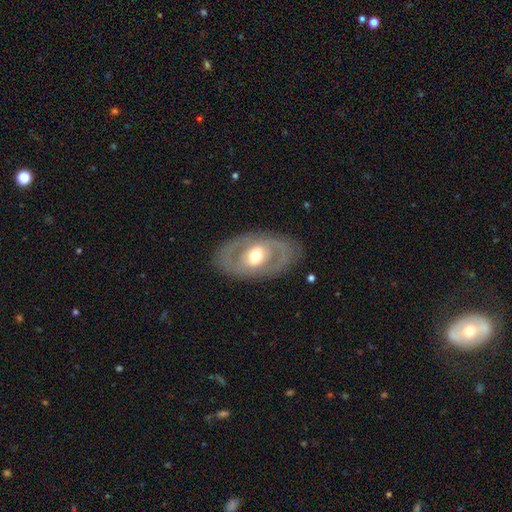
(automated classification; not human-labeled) smooth-or-featured: featured or disk: 69% | smooth: 26% | star or artifact: 5%
  disk-edge-on: no: 91% | yes: 9%
    bar: no: 49% | weak: 33% | strong: 18%
    has-spiral-arms: no: 59% | yes: 41%
    bulge-size: moderate: 68% | large: 16% | small: 14% | dominant: 1% | none: 1%
  merging: none: 82% | minor disturbance: 11% | major disturbance: 6% | merger: 1%